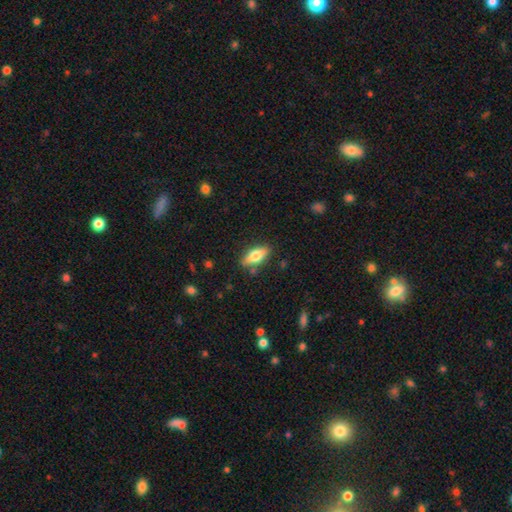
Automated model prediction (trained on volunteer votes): smooth-or-featured: smooth: 60% | featured or disk: 33% | star or artifact: 7%
  how-rounded: in between: 71% | cigar-shaped: 26% | round: 4%
  merging: none: 82% | minor disturbance: 12% | merger: 3% | major disturbance: 3%